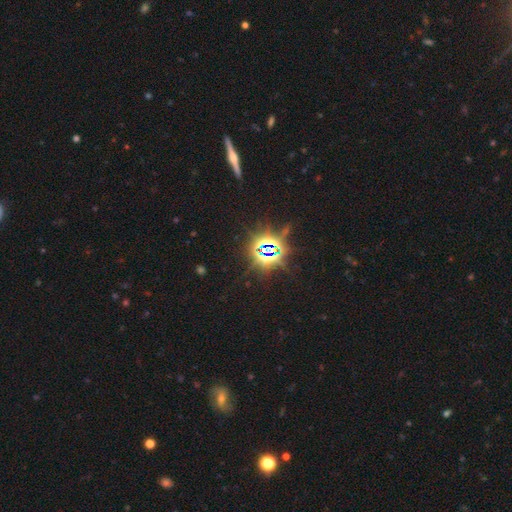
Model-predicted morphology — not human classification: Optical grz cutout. It shows a star or artifact, not a galaxy (83%).